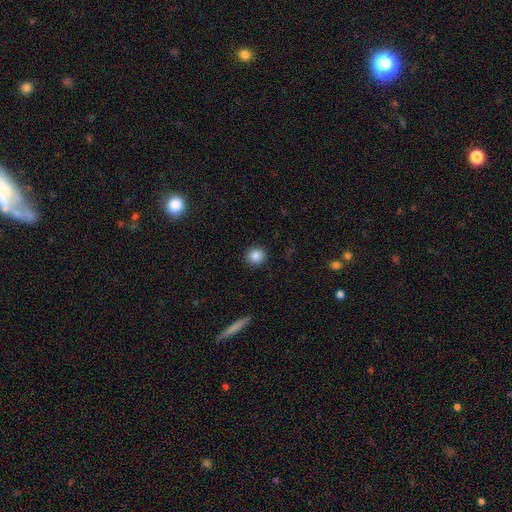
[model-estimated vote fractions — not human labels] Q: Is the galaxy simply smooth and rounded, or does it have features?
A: smooth — 86%.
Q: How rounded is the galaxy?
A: round — 88%.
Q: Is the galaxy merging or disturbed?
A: none — 91%.